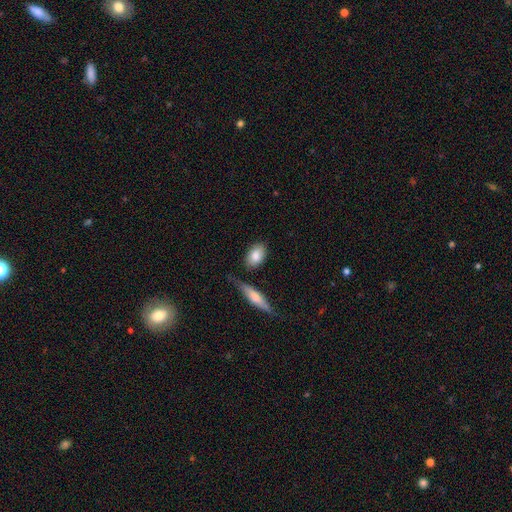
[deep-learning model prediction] Morphology: type=smooth (82%); roundness=in between (87%); merging=none (75%).